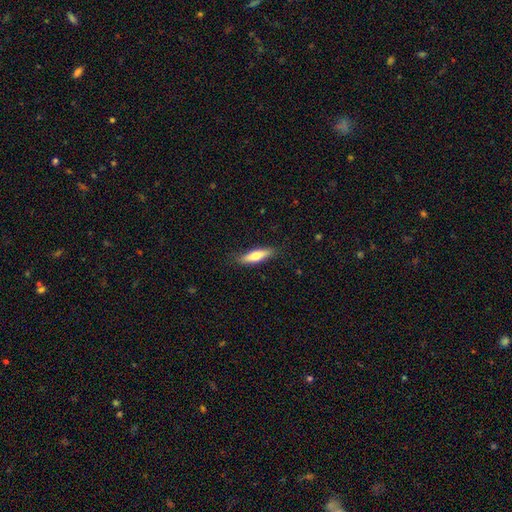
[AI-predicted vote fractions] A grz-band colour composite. It shows a smooth galaxy with no disk features (64%) that is cigar-shaped (68%). Merging: none (86%).